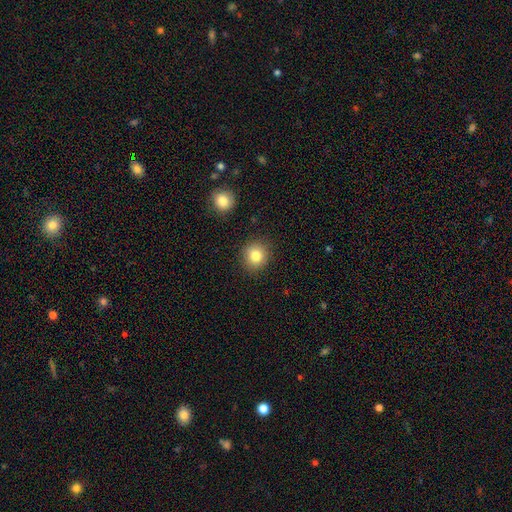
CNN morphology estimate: Q: Smooth or featured?
A: smooth (83%); runner-up: star or artifact (10%)
Q: How rounded?
A: round (87%); runner-up: in between (12%)
Q: Merging?
A: none (88%); runner-up: minor disturbance (7%)